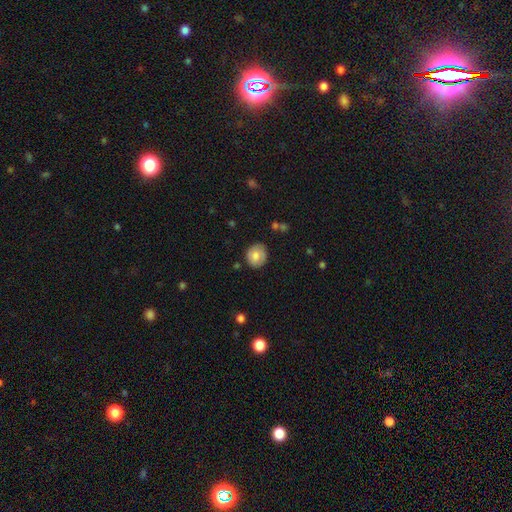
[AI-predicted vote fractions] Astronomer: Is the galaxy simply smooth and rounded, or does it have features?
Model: smooth — 76%.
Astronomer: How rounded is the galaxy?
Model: round — 77%.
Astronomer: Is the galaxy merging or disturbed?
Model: none — 81%.